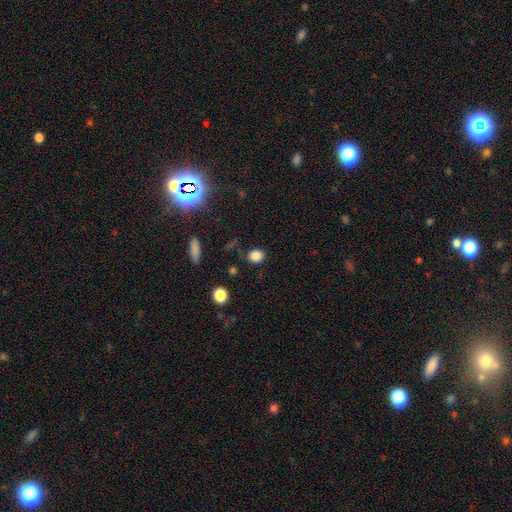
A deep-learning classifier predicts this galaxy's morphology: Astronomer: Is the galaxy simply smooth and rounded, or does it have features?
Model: smooth — 83%.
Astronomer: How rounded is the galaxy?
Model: round — 65%.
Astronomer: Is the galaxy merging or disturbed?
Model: none — 82%.